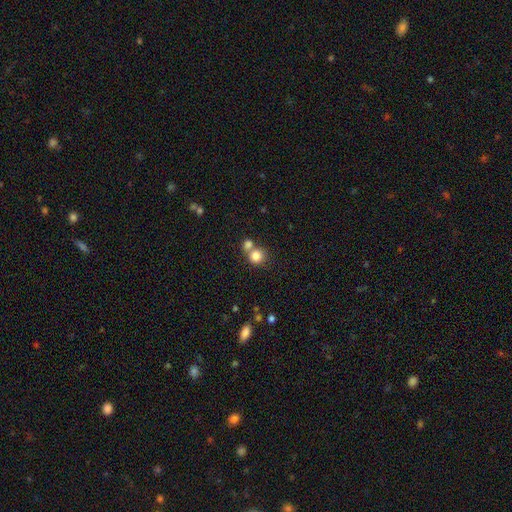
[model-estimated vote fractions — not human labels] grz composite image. It shows a smooth galaxy with no disk features (81%) that is round (86%). Merging: none (46%).